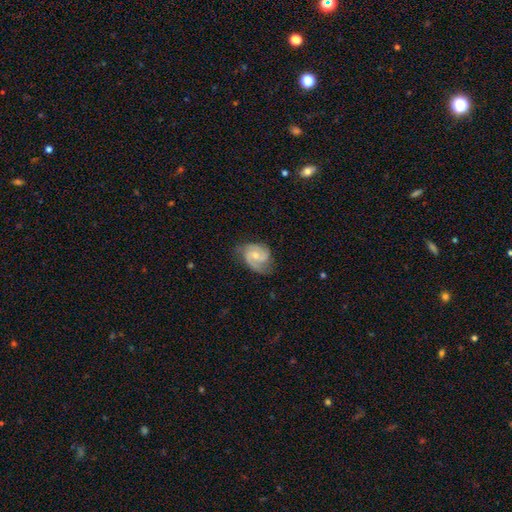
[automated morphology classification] featured or disk 81%, smooth 14%, star or artifact 5%. Down the decision tree: edge-on disk — no (98%); bar — no (54%); spiral arms — yes (96%); spiral arm count — 2 (77%); spiral winding — medium (48%); bulge size — small (49%); merging — none (67%).